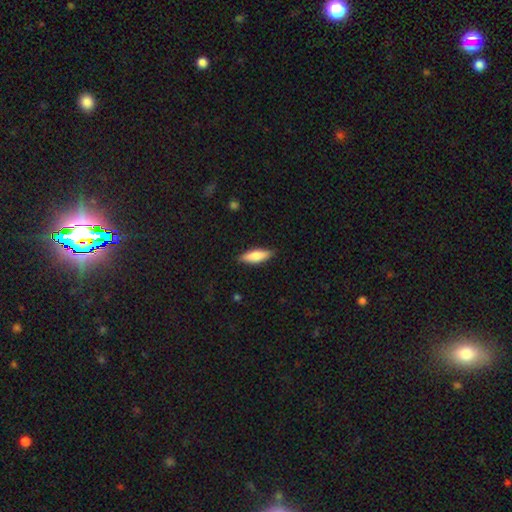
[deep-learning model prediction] Overall: smooth (77%). How rounded: in between (54%; cigar-shaped 44%). Merging: none (87%).